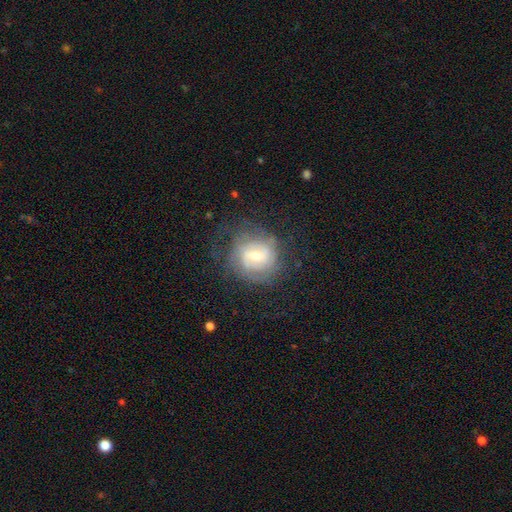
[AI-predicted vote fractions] A featured or disk galaxy (68%) with a weak bar (56%), 2 (43%) tight (51%) spiral arms (83%) and a moderate central bulge (49%). Merging: none (63%).